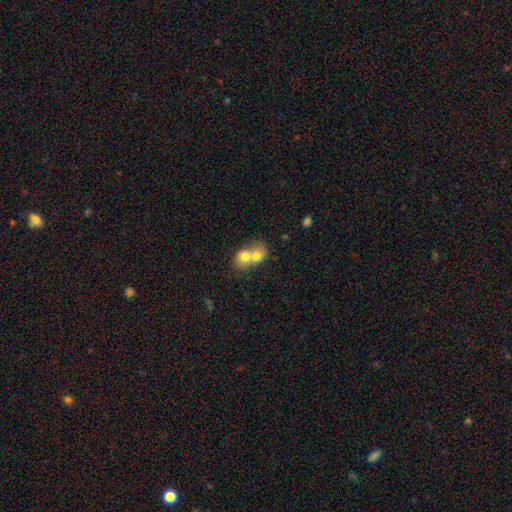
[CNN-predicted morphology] This appears to be a smooth galaxy with no disk features (69%) that is round (57%). Merging: merger (78%).